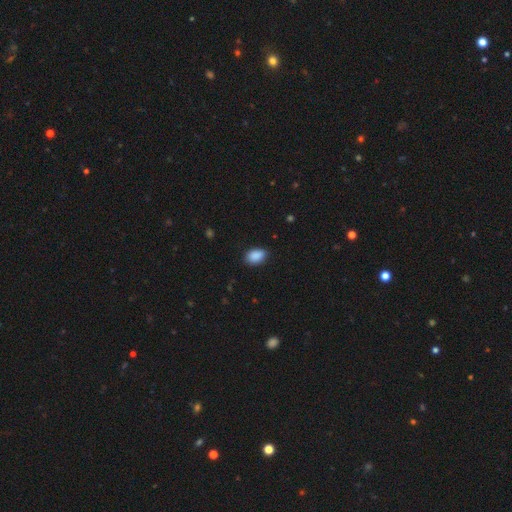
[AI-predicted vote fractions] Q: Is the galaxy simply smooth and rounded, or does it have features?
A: smooth — 89%.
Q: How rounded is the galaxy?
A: in between — 86%.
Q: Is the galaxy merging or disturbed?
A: none — 80%.